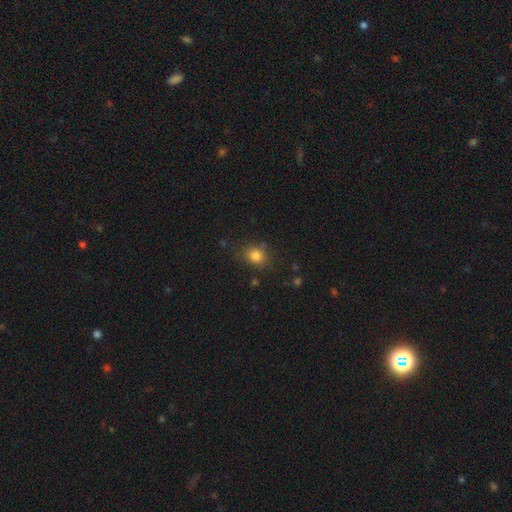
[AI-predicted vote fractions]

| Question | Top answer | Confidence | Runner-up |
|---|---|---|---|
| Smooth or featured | smooth | 81% | star or artifact (12%) |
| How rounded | round | 61% | in between (38%) |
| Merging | none | 78% | minor disturbance (14%) |